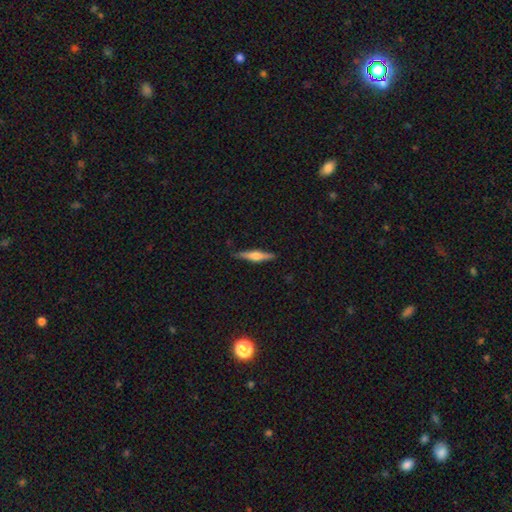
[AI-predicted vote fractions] A featured or disk galaxy (59%) viewed edge-on (97%) with a rounded central bulge (81%). Merging: none (87%).